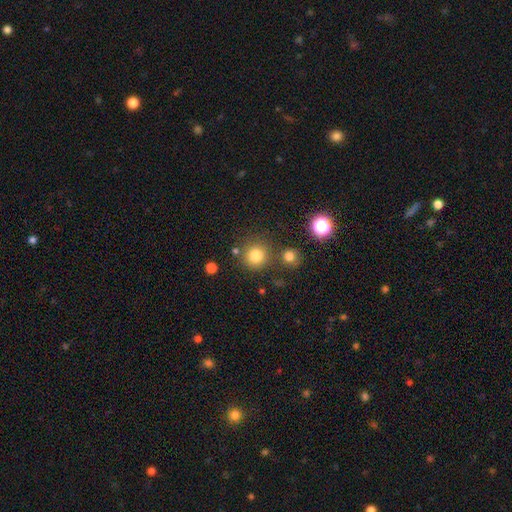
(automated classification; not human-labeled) smooth 80%, star or artifact 14%, featured or disk 6%. Down the decision tree: how rounded — round (93%); merging — none (78%).